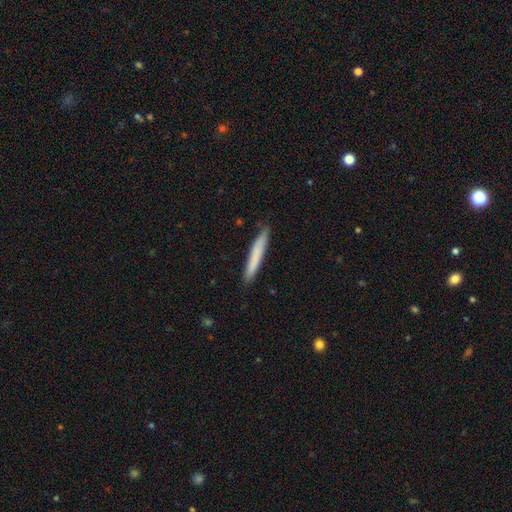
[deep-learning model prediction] Morphology: type=smooth (74%); roundness=cigar-shaped (96%); merging=none (88%).